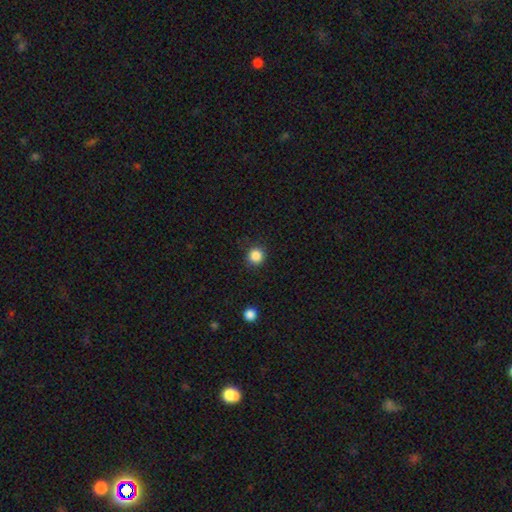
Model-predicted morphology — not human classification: Smooth or featured: smooth — 86% (star or artifact — 11%)
How rounded: round — 94% (in between — 6%)
Merging: none — 88% (minor disturbance — 8%)